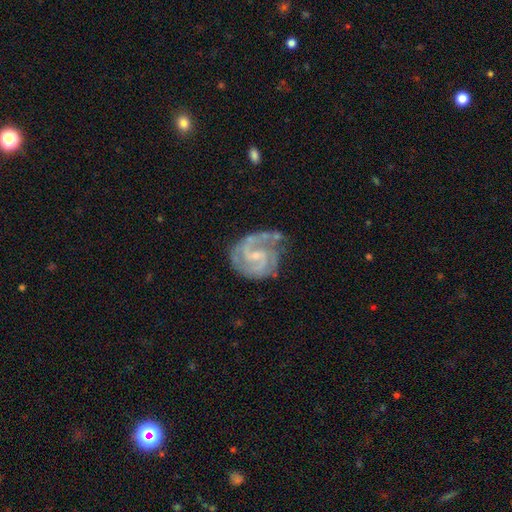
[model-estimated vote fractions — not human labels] A featured or disk galaxy (91%) with a weak bar (49%), 2 (71%) medium (48%) spiral arms (98%) and a small central bulge (75%).

Vote fractions:
- Smooth or featured? featured or disk: 91% / star or artifact: 5% / smooth: 5%
- Edge-on disk? no: 98% / yes: 2%
- Bar? weak: 49% / no: 39% / strong: 12%
- Spiral arms? yes: 98% / no: 2%
- Spiral winding? medium: 48% / tight: 43% / loose: 9%
- Spiral arm count? 2: 71% / 3: 13% / can't tell: 8% / 1: 3% / 4: 3% / more than 4: 3%
- Bulge size? small: 75% / moderate: 19% / none: 4% / large: 1% / dominant: 1%
- Merging? none: 61% / minor disturbance: 24% / major disturbance: 11% / merger: 4%